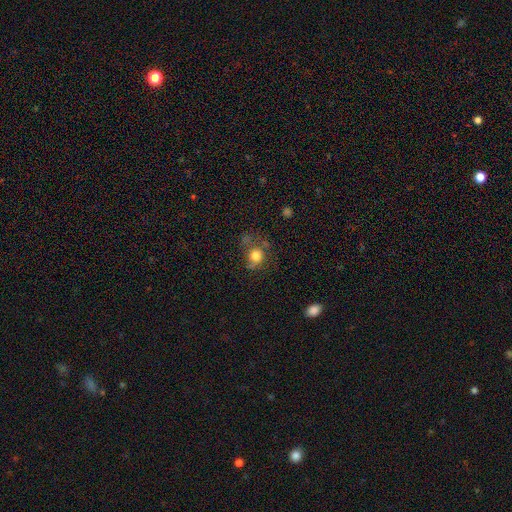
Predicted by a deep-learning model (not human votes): Smooth or featured? smooth (73%)
How rounded? round (74%)
Merging? none (48%)